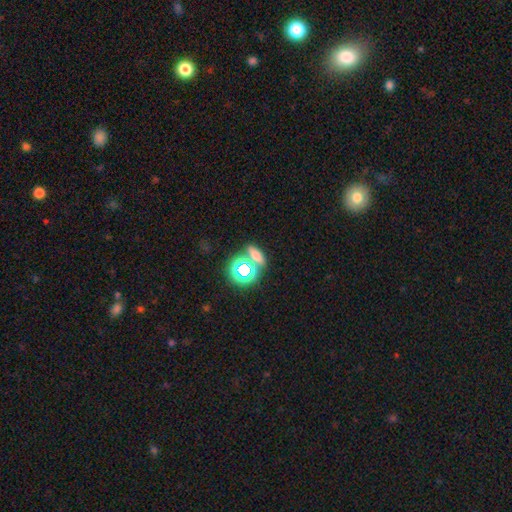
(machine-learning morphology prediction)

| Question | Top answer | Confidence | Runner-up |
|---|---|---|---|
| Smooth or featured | smooth | 57% | star or artifact (29%) |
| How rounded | in between | 51% | cigar-shaped (25%) |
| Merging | none | 69% | merger (19%) |